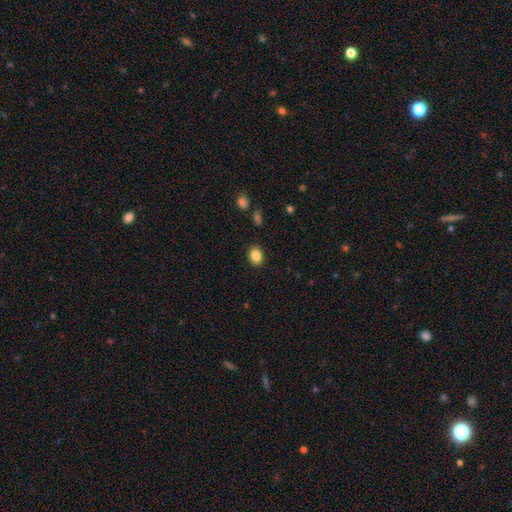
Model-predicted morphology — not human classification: This appears to be a smooth galaxy with no disk features (86%) that is in between round and cigar-shaped (55%). Merging: none (88%).